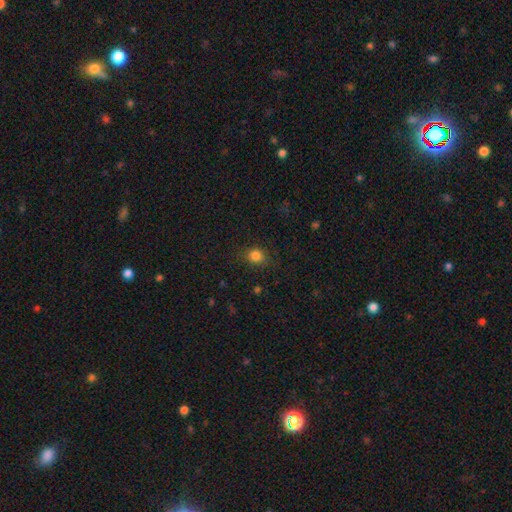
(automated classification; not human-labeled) Q: Smooth or featured?
A: smooth (83%); runner-up: star or artifact (12%)
Q: How rounded?
A: round (63%); runner-up: in between (36%)
Q: Merging?
A: none (81%); runner-up: minor disturbance (13%)